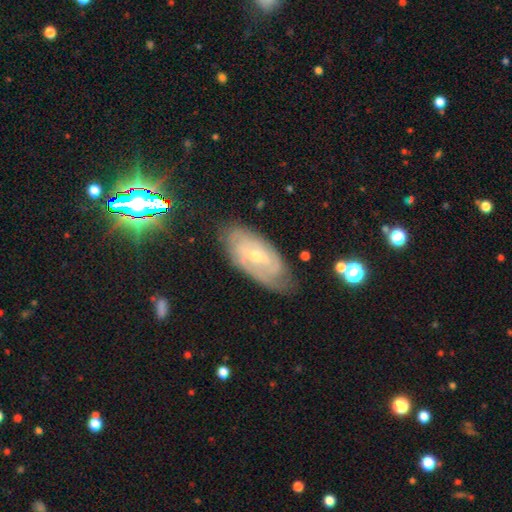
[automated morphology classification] Q: Smooth or featured?
A: featured or disk (76%); runner-up: smooth (16%)
Q: Edge-on disk?
A: no (92%); runner-up: yes (8%)
Q: Bar?
A: no (48%); runner-up: weak (40%)
Q: Spiral arms?
A: yes (88%); runner-up: no (12%)
Q: Spiral winding?
A: tight (64%); runner-up: medium (28%)
Q: Spiral arm count?
A: can't tell (44%); runner-up: 2 (35%)
Q: Bulge size?
A: small (59%); runner-up: moderate (38%)
Q: Merging?
A: none (71%); runner-up: minor disturbance (22%)